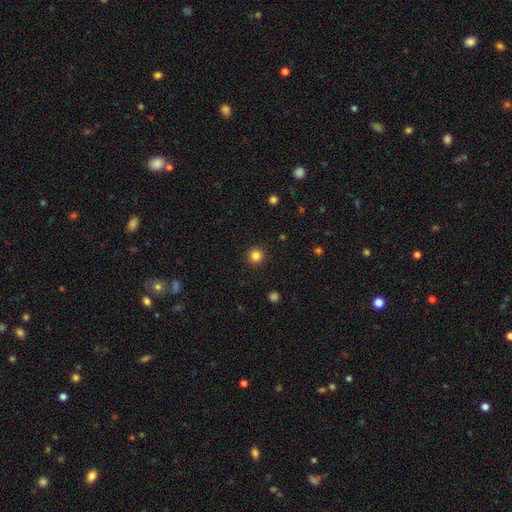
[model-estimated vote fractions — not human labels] Smooth or featured? Predicted: smooth (p=0.83). How rounded? Predicted: round (p=0.95). Merging? Predicted: none (p=0.92).